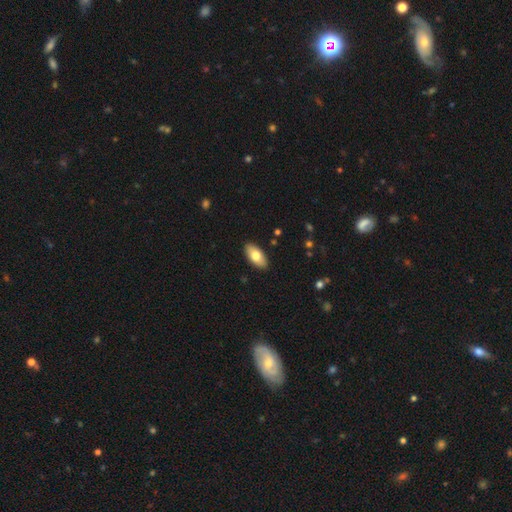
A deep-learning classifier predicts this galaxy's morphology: smooth_or_featured: smooth (p=0.75) [alt: featured or disk p=0.19]
how_rounded: in between (p=0.92) [alt: cigar-shaped p=0.06]
merging: none (p=0.90) [alt: minor disturbance p=0.07]